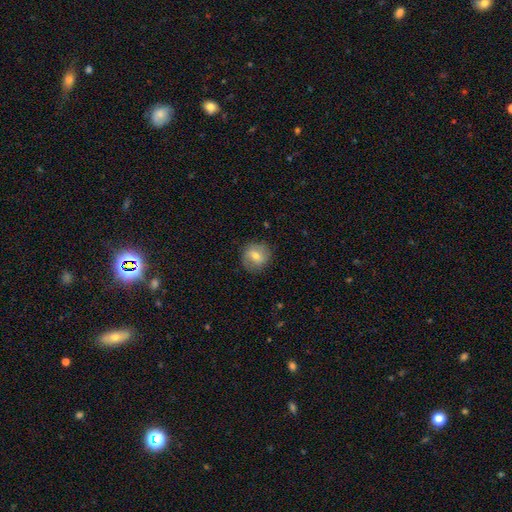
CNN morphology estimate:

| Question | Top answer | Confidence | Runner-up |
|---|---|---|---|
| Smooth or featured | smooth | 61% | featured or disk (30%) |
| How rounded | round | 88% | in between (11%) |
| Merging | none | 84% | minor disturbance (12%) |